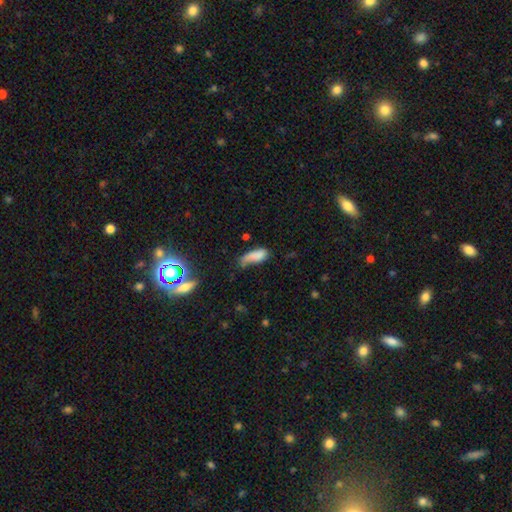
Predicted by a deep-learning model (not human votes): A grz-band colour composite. It shows a smooth galaxy with no disk features (76%) that is in between round and cigar-shaped (71%). Merging: minor disturbance (37%).